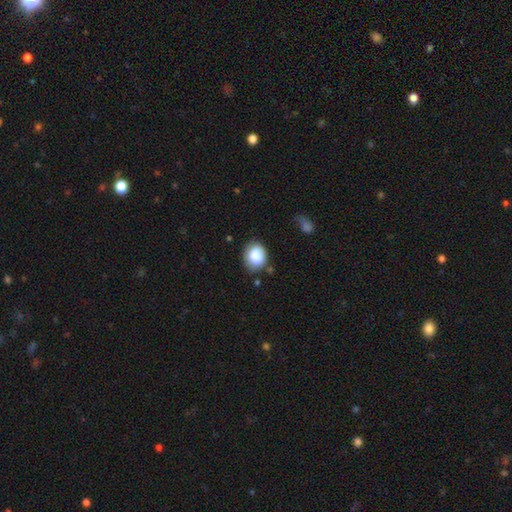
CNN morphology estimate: smooth_or_featured: smooth (p=0.82) [alt: featured or disk p=0.10]
how_rounded: round (p=0.50) [tied with: in between p=0.50]
merging: none (p=0.66) [alt: minor disturbance p=0.23]